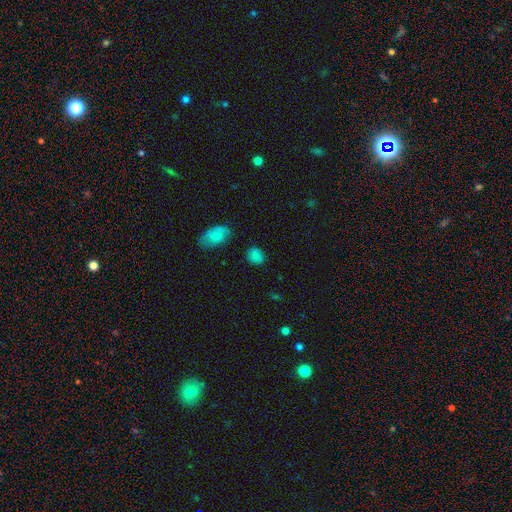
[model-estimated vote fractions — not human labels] smooth_or_featured: smooth (p=0.80) [alt: star or artifact p=0.12]
how_rounded: round (p=0.59) [alt: in between p=0.40]
merging: none (p=0.78) [alt: minor disturbance p=0.16]